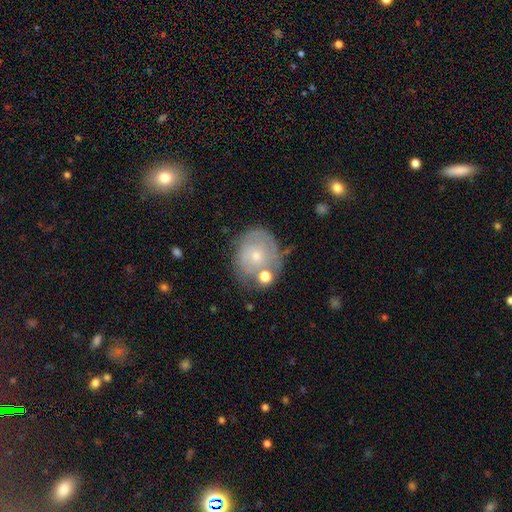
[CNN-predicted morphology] featured or disk 52%, smooth 40%, star or artifact 8%. Down the decision tree: edge-on disk — no (97%); bar — no (85%); spiral arms — yes (56%); bulge size — small (69%); merging — none (51%).